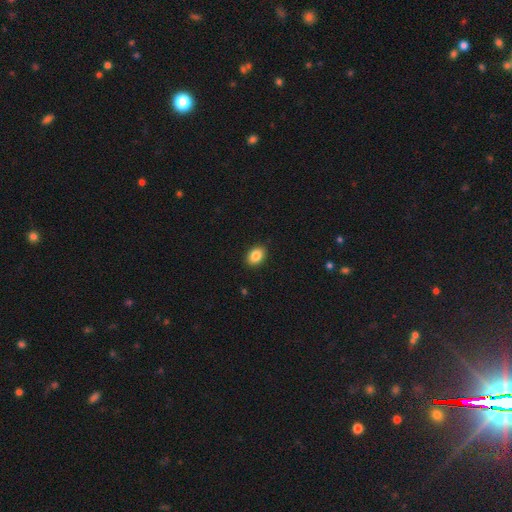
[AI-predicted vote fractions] Smooth or featured? Predicted: smooth (p=0.86). How rounded? Predicted: in between (p=0.75). Merging? Predicted: none (p=0.90).